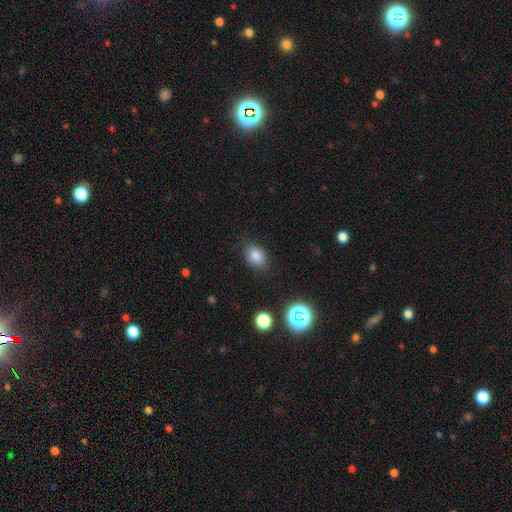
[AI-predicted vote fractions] smooth_or_featured: smooth (p=0.82) [alt: star or artifact p=0.12]
how_rounded: in between (p=0.67) [alt: round p=0.32]
merging: none (p=0.82) [alt: minor disturbance p=0.13]